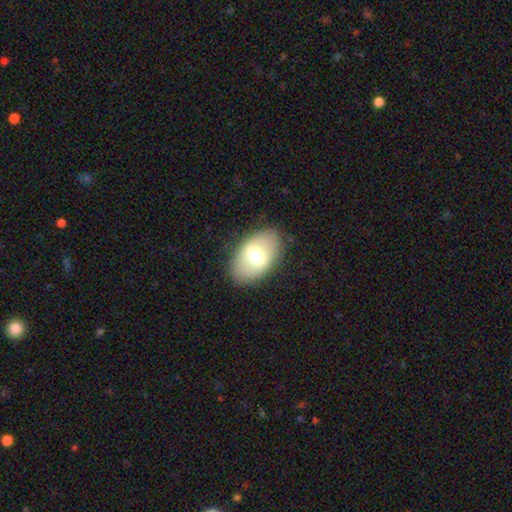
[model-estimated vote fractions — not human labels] A smooth galaxy with no disk features (55%) that is in between round and cigar-shaped (88%). Merging: none (84%).